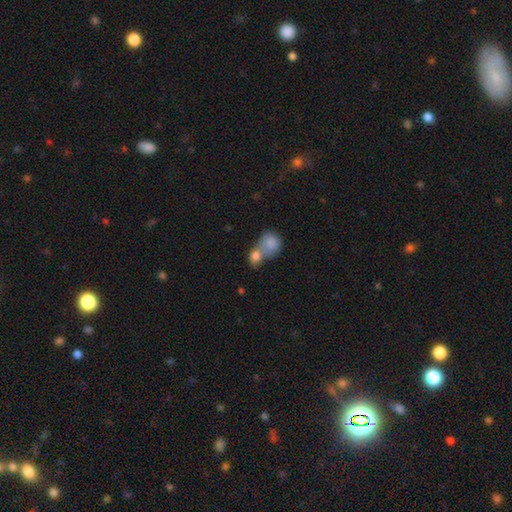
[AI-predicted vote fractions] Morphology: type=smooth (81%); roundness=round (62%); merging=merger (65%).